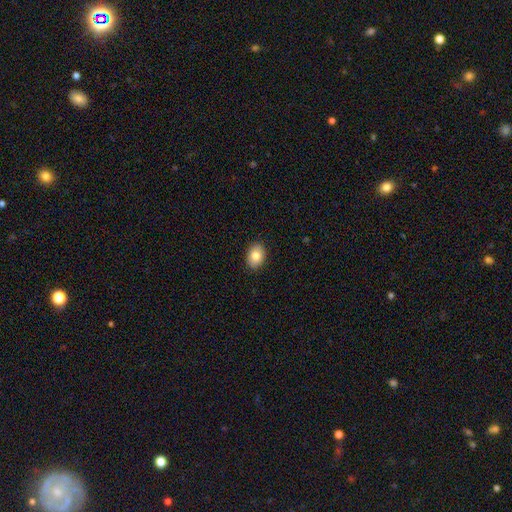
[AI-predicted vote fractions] The model was most divided on "how rounded": in between: 78%, round: 21%, cigar-shaped: 1%. More confident: merging — none (90%); smooth or featured — smooth (84%).